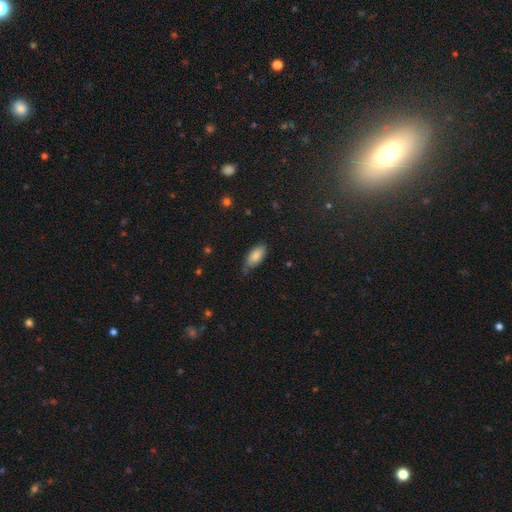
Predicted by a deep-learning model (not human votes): This appears to be a smooth galaxy with no disk features (86%) that is in between round and cigar-shaped (88%). Merging: none (60%).